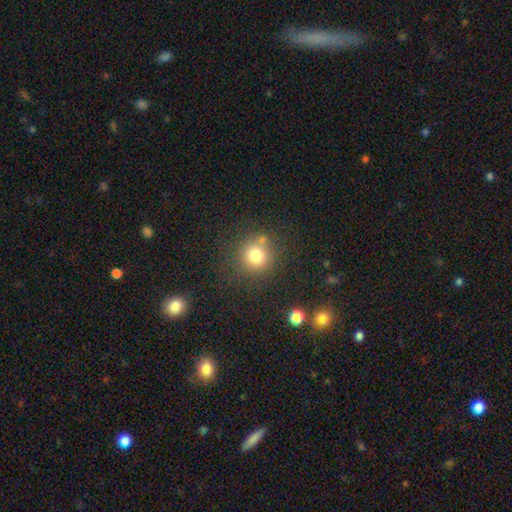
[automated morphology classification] smooth-or-featured: smooth: 78% | star or artifact: 14% | featured or disk: 9%
  how-rounded: round: 91% | in between: 8% | cigar-shaped: 1%
  merging: none: 74% | minor disturbance: 11% | merger: 10% | major disturbance: 4%